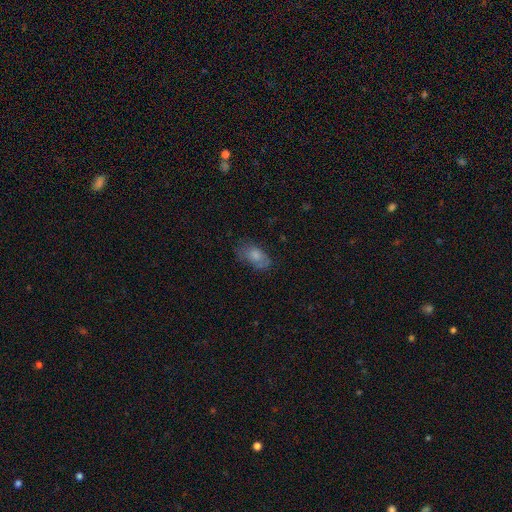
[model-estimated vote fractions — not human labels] Q: Smooth or featured?
A: smooth (72%); runner-up: featured or disk (20%)
Q: How rounded?
A: in between (90%); runner-up: round (8%)
Q: Merging?
A: none (56%); runner-up: minor disturbance (29%)